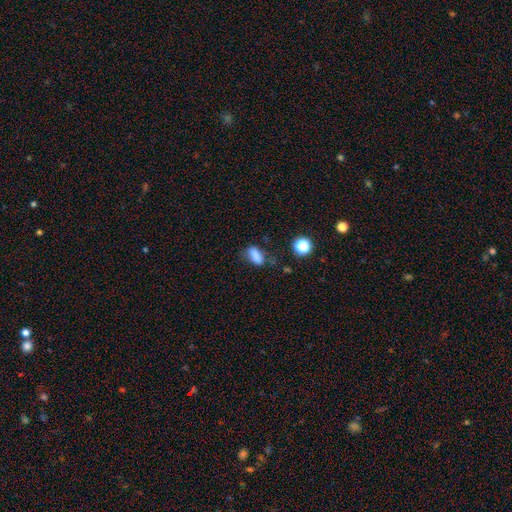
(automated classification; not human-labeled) Smooth or featured: smooth — 81% (star or artifact — 12%)
How rounded: in between — 80% (cigar-shaped — 10%)
Merging: none — 61% (minor disturbance — 25%)